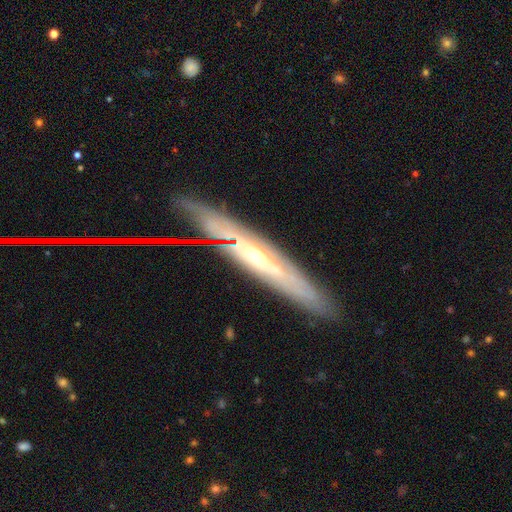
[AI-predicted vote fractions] smooth_or_featured: featured or disk (p=0.76) [alt: smooth p=0.17]
disk_edge_on: yes (p=0.69) [alt: no p=0.31]
edge_on_bulge: rounded (p=0.68) [alt: none p=0.29]
merging: none (p=0.84) [alt: minor disturbance p=0.11]